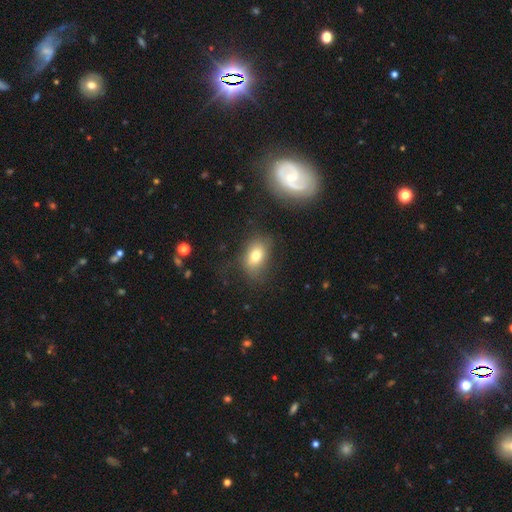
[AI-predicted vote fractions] This appears to be a smooth galaxy with no disk features (73%) that is in between round and cigar-shaped (76%). Merging: none (68%).